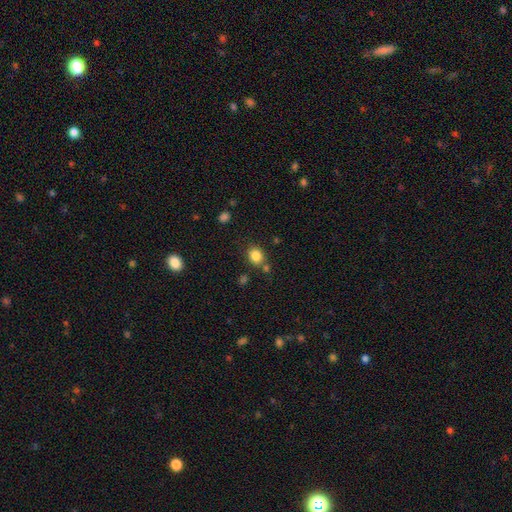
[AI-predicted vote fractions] The model was most divided on "how rounded": round: 66%, in between: 33%, cigar-shaped: 1%. More confident: smooth or featured — smooth (84%); merging — none (75%).